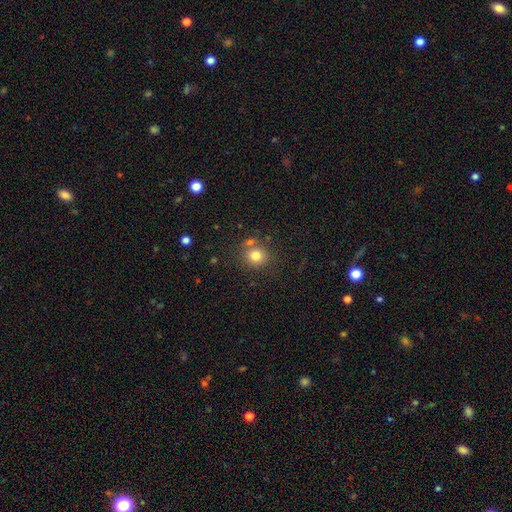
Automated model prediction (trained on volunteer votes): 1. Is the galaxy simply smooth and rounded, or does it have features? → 79% smooth, 13% star or artifact, 9% featured or disk.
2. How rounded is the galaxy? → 87% round, 12% in between, 1% cigar-shaped.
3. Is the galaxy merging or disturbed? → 72% none, 14% merger, 10% minor disturbance, 4% major disturbance.